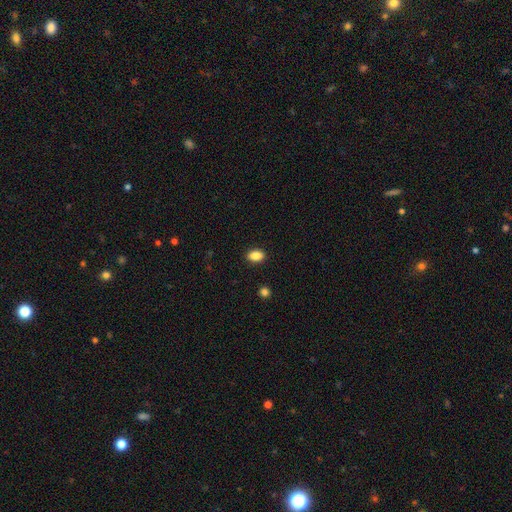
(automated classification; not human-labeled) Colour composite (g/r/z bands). It shows a smooth galaxy with no disk features (87%) that is in between round and cigar-shaped (87%). Merging: none (90%).